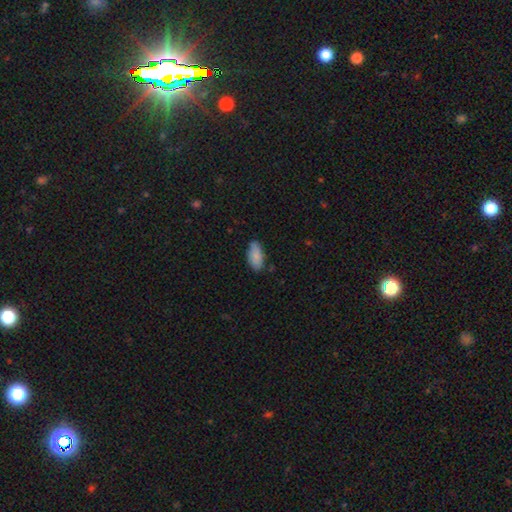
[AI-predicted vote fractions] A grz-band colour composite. It shows a smooth galaxy with no disk features (83%) that is in between round and cigar-shaped (91%). Merging: none (73%).